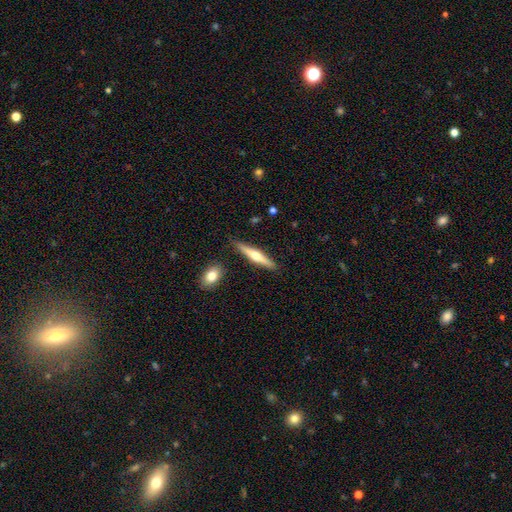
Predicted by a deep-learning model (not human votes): smooth-or-featured: featured or disk: 62% | smooth: 33% | star or artifact: 5%
  disk-edge-on: yes: 97% | no: 3%
    edge-on-bulge: rounded: 92% | none: 5% | boxy: 3%
  merging: none: 88% | minor disturbance: 8% | merger: 2% | major disturbance: 2%